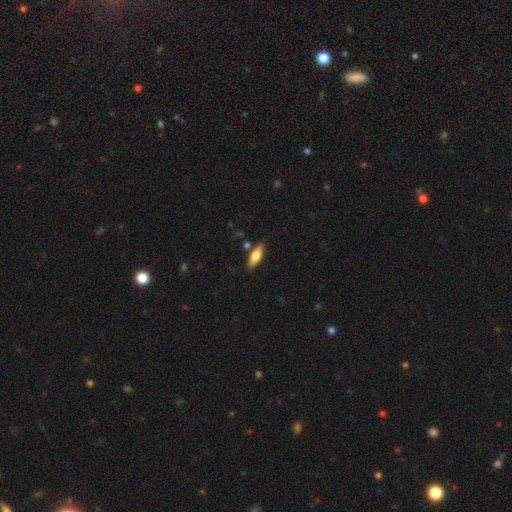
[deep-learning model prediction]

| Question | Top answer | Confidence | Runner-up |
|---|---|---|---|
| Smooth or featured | smooth | 59% | featured or disk (35%) |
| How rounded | in between | 58% | cigar-shaped (40%) |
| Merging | none | 81% | minor disturbance (12%) |